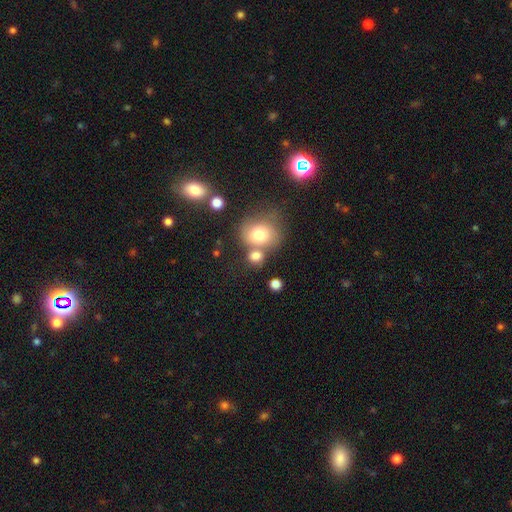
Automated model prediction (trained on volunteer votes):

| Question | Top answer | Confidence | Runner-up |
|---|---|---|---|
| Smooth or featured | smooth | 77% | featured or disk (12%) |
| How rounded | round | 66% | in between (33%) |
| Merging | none | 43% | merger (39%) |